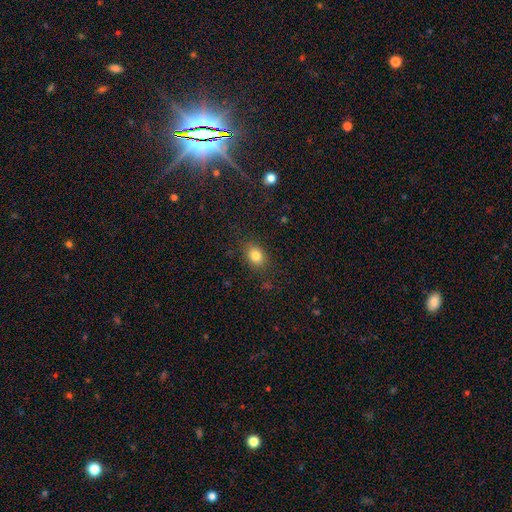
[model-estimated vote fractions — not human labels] Smooth or featured? smooth (82%)
How rounded? in between (65%)
Merging? none (84%)